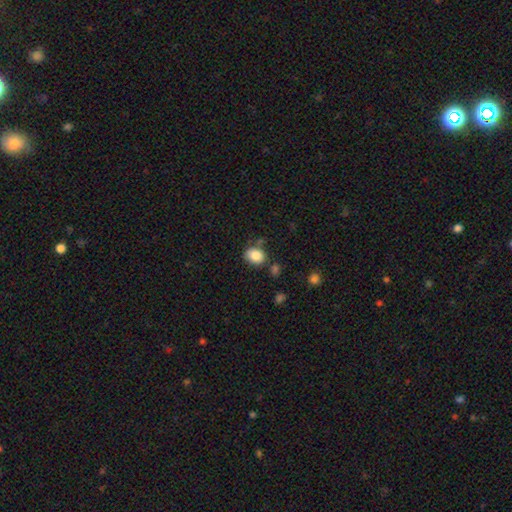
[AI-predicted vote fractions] This appears to be a smooth galaxy with no disk features (85%) that is in between round and cigar-shaped (60%). Merging: none (70%).